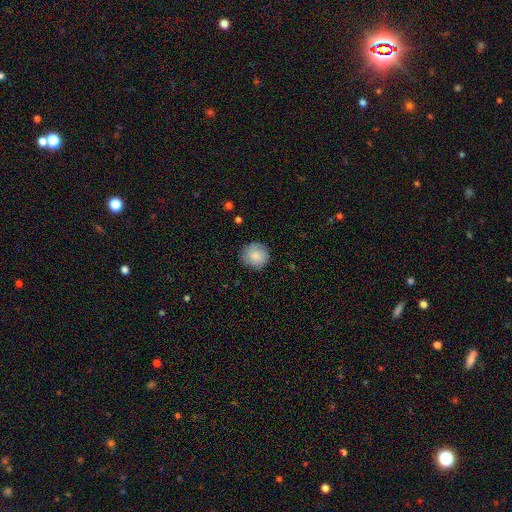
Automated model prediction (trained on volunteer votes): smooth-or-featured: smooth: 79% | featured or disk: 14% | star or artifact: 7%
  how-rounded: round: 91% | in between: 8% | cigar-shaped: 1%
  merging: none: 84% | minor disturbance: 12% | major disturbance: 3% | merger: 1%